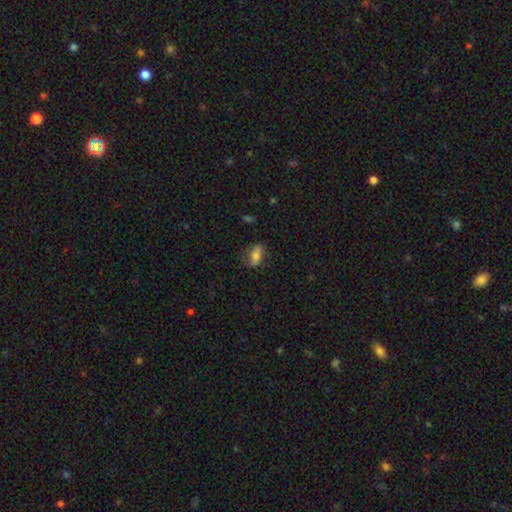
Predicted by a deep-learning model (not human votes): Smooth or featured?
  - smooth: 72% *
  - featured or disk: 20%
  - star or artifact: 8%
How rounded?
  - in between: 84% *
  - cigar-shaped: 9%
  - round: 7%
Merging?
  - none: 71% *
  - minor disturbance: 21%
  - major disturbance: 7%
  - merger: 1%